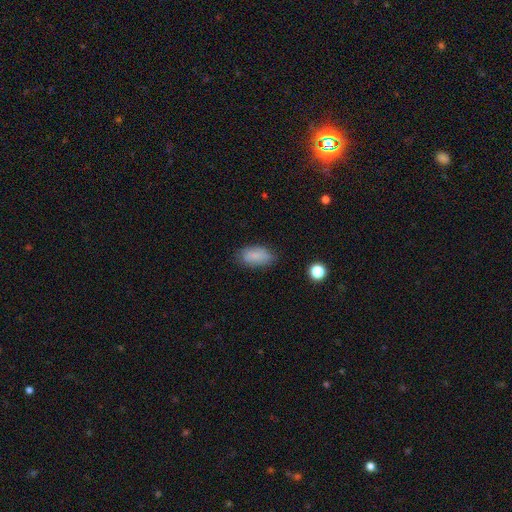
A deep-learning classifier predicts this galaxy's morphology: Q: Smooth or featured?
A: smooth (82%); runner-up: featured or disk (10%)
Q: How rounded?
A: in between (92%); runner-up: round (4%)
Q: Merging?
A: none (74%); runner-up: minor disturbance (21%)